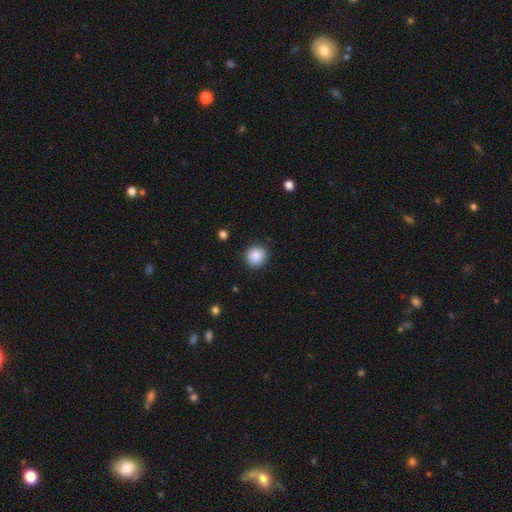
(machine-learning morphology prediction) Smooth or featured? smooth (89%)
How rounded? round (93%)
Merging? none (91%)